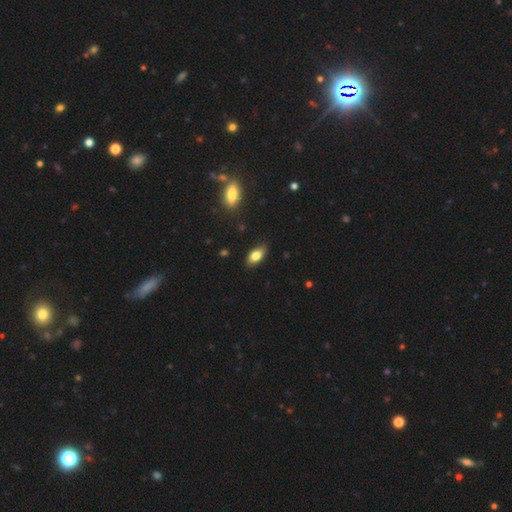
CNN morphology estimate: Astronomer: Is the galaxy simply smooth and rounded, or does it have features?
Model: smooth — 80%.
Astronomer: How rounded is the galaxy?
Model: in between — 88%.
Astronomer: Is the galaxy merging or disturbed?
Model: none — 80%.